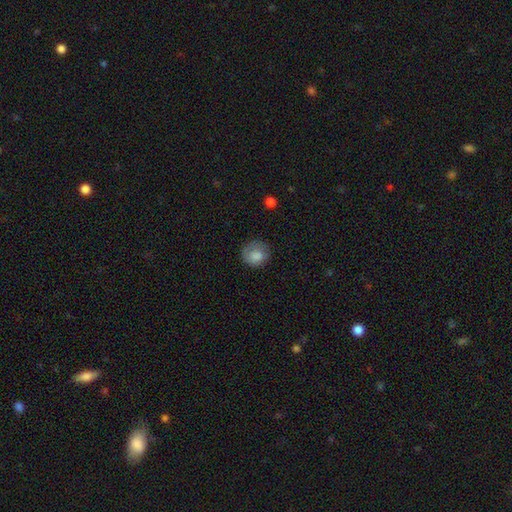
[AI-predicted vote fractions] A smooth galaxy with no disk features (81%) that is round (78%). Merging: none (65%).